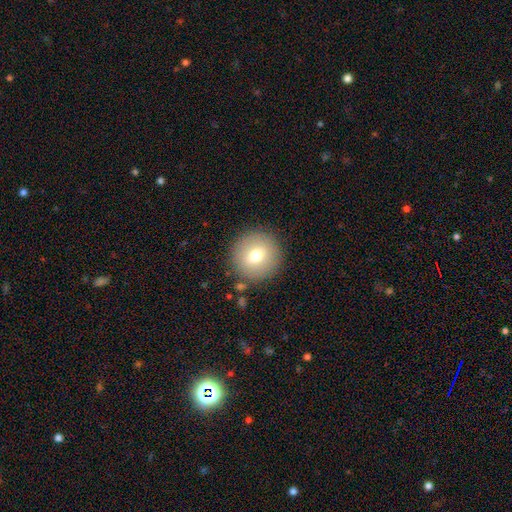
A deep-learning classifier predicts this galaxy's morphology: Smooth or featured? Predicted: smooth (p=0.71). How rounded? Predicted: round (p=0.94). Merging? Predicted: none (p=0.87).